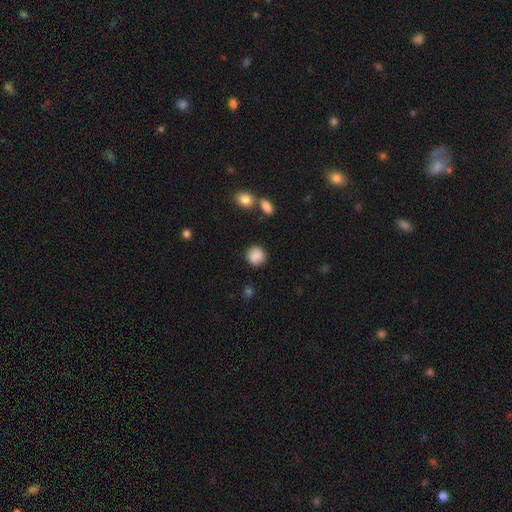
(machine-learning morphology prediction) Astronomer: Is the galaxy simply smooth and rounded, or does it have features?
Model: smooth — 89%.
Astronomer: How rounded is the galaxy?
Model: round — 90%.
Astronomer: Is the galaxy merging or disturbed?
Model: none — 86%.